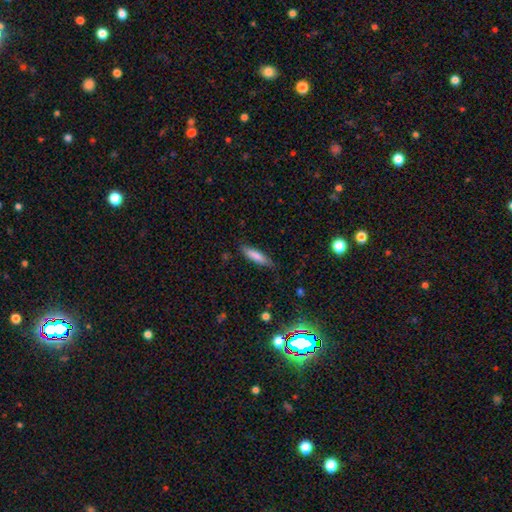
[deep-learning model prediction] Smooth or featured?
  - smooth: 80% *
  - featured or disk: 14%
  - star or artifact: 6%
How rounded?
  - cigar-shaped: 71% *
  - in between: 27%
  - round: 1%
Merging?
  - none: 80% *
  - minor disturbance: 16%
  - major disturbance: 3%
  - merger: 1%